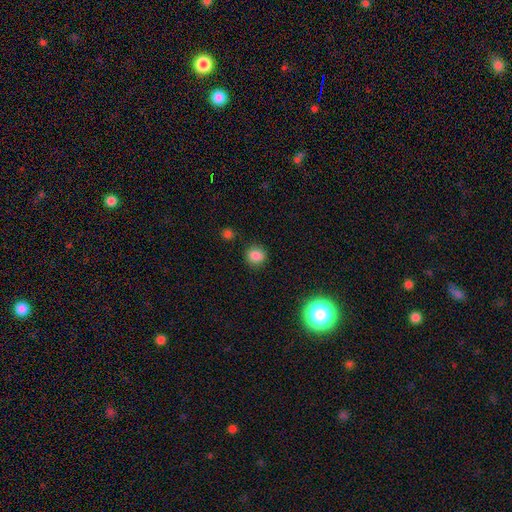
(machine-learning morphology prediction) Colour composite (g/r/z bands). It shows a smooth galaxy with no disk features (84%) that is round (79%). Merging: none (85%).